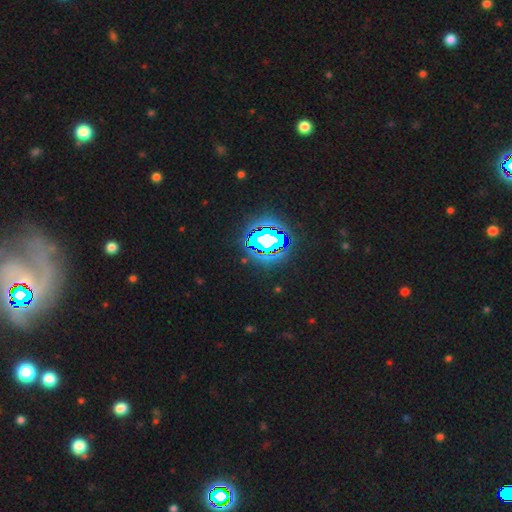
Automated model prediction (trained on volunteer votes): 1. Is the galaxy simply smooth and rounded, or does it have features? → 62% star or artifact, 21% featured or disk, 17% smooth.